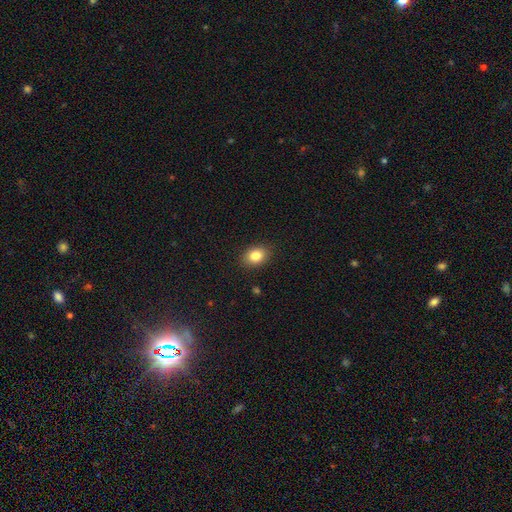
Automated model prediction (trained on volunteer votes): The model was most divided on "how rounded": in between: 67%, round: 32%, cigar-shaped: 1%. More confident: merging — none (88%); smooth or featured — smooth (84%).